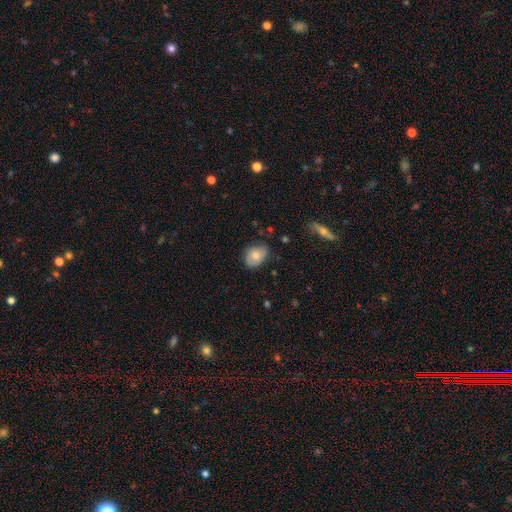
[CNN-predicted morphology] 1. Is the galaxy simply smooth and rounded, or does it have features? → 72% smooth, 20% featured or disk, 8% star or artifact.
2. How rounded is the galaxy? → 68% in between, 31% round, 1% cigar-shaped.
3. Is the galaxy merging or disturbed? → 68% none, 26% minor disturbance, 5% major disturbance, 2% merger.